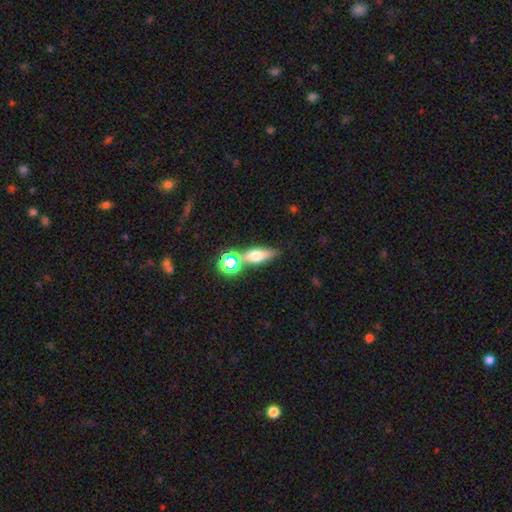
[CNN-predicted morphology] Smooth or featured? Predicted: smooth (p=0.50). Merging? Predicted: none (p=0.67).